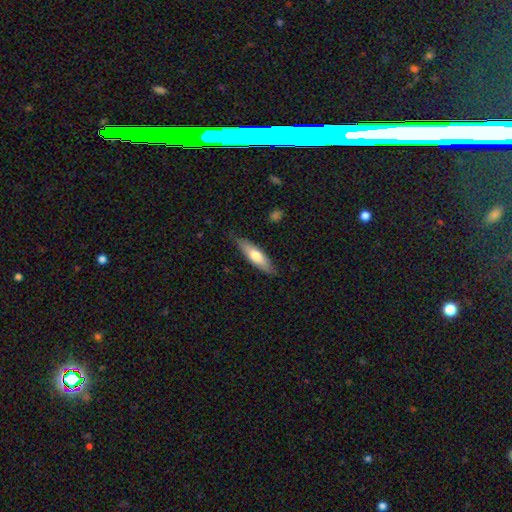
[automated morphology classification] A smooth galaxy with no disk features (65%) that is cigar-shaped (62%). Merging: none (82%).